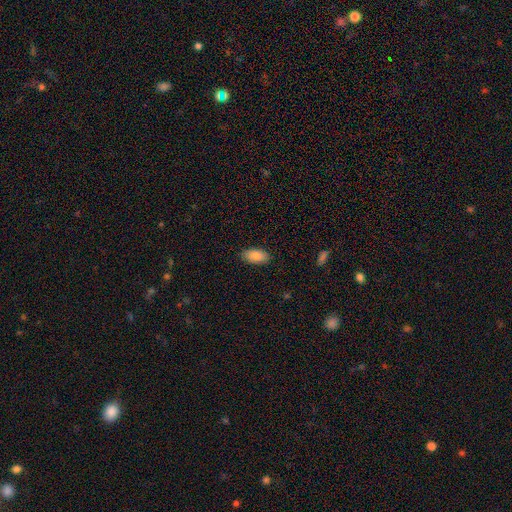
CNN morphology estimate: smooth 88%, star or artifact 7%, featured or disk 5%. Down the decision tree: how rounded — in between (93%); merging — none (87%).